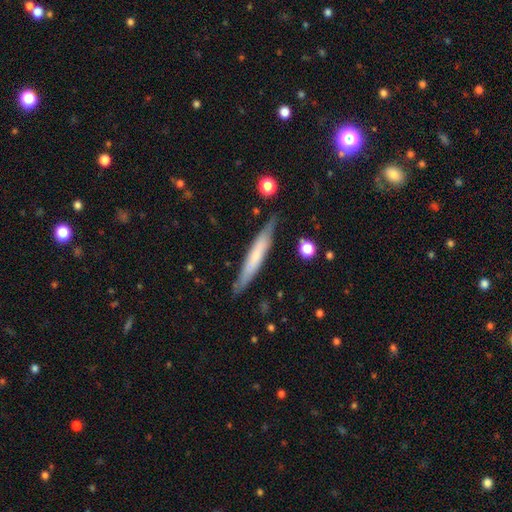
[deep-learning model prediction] Smooth or featured? Predicted: smooth (p=0.51). How rounded? Predicted: cigar-shaped (p=0.93). Merging? Predicted: none (p=0.83).